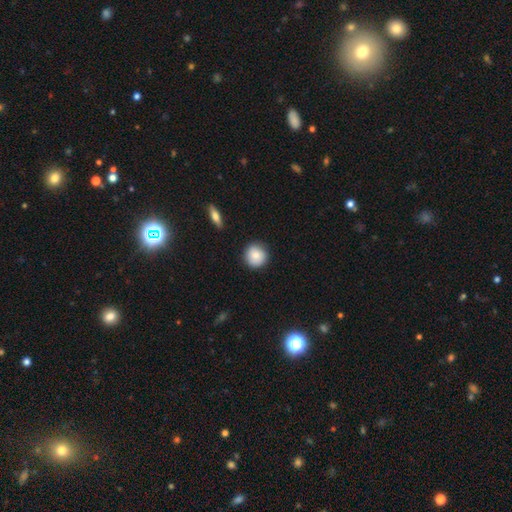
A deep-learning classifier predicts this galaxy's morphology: smooth-or-featured: smooth: 82% | featured or disk: 10% | star or artifact: 8%
  how-rounded: round: 92% | in between: 7% | cigar-shaped: 1%
  merging: none: 88% | minor disturbance: 9% | major disturbance: 2% | merger: 1%